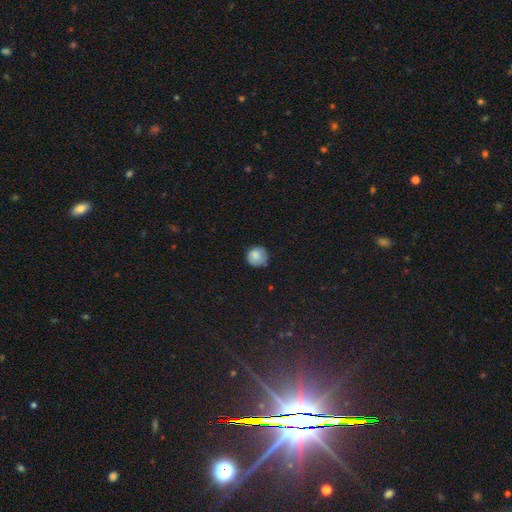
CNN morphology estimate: Smooth or featured?
  - smooth: 82% *
  - featured or disk: 9%
  - star or artifact: 9%
How rounded?
  - round: 92% *
  - in between: 7%
  - cigar-shaped: 1%
Merging?
  - none: 77% *
  - minor disturbance: 18%
  - major disturbance: 4%
  - merger: 1%